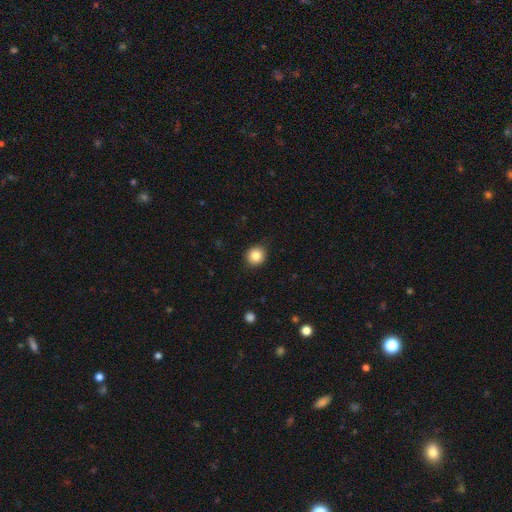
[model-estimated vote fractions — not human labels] Smooth or featured? smooth (84%)
How rounded? round (88%)
Merging? none (88%)